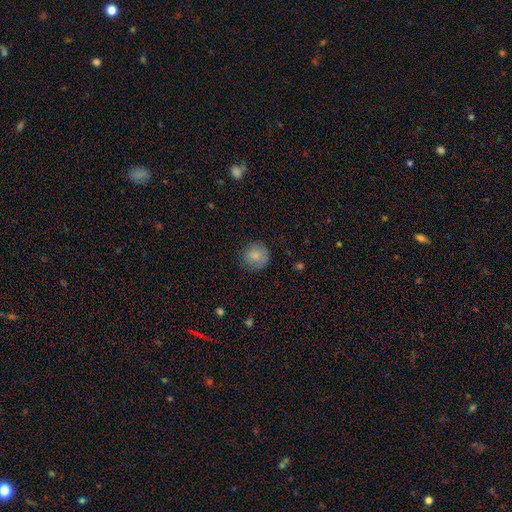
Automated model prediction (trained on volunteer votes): This appears to be a smooth galaxy with no disk features (83%) that is round (91%). Merging: none (78%).